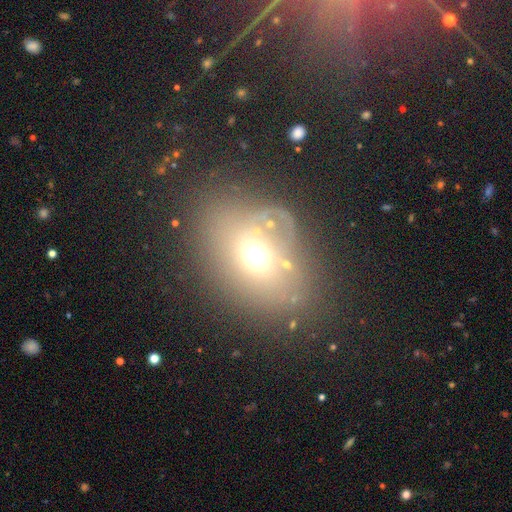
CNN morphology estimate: Smooth or featured? smooth (56%)
How rounded? in between (65%)
Merging? none (58%)